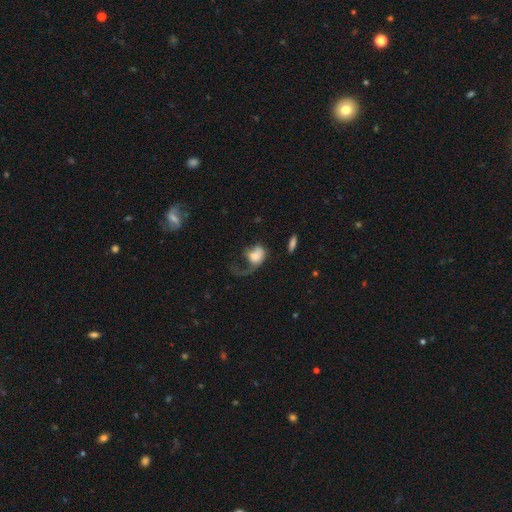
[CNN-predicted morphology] A smooth galaxy with no disk features (64%) that is in between round and cigar-shaped (58%).

Vote fractions:
- Smooth or featured? smooth: 64% / featured or disk: 28% / star or artifact: 8%
- How rounded? in between: 58% / round: 40% / cigar-shaped: 2%
- Merging? major disturbance: 64% / none: 16% / minor disturbance: 13% / merger: 6%